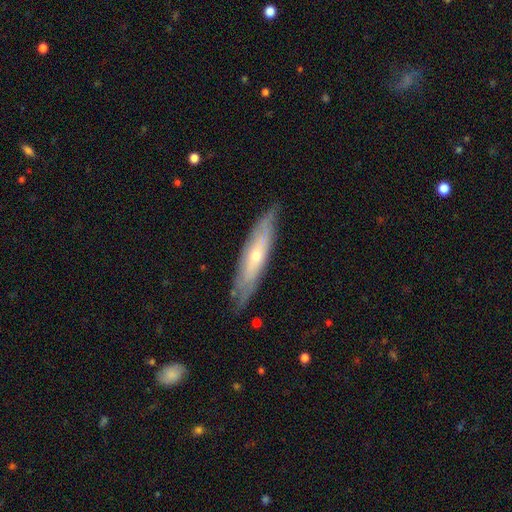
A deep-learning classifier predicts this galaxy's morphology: Smooth or featured?
  - featured or disk: 61% *
  - smooth: 33%
  - star or artifact: 6%
Edge-on disk?
  - yes: 56% *
  - no: 44%
Merging?
  - none: 76% *
  - minor disturbance: 18%
  - major disturbance: 4%
  - merger: 1%